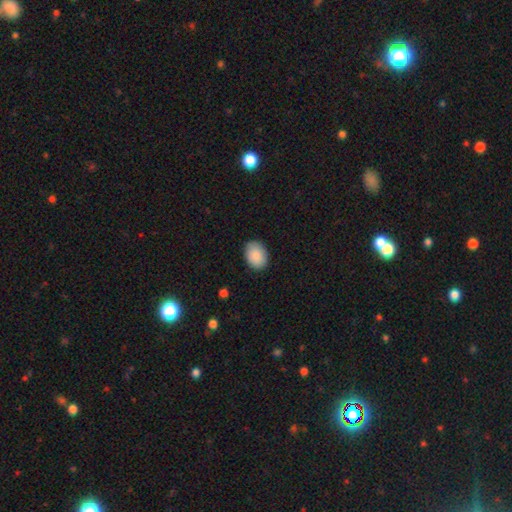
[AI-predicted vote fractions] A smooth galaxy with no disk features (89%) that is in between round and cigar-shaped (73%). Merging: none (85%).